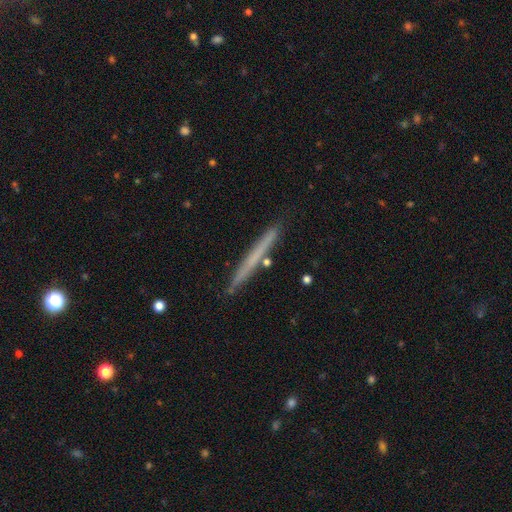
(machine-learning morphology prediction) smooth-or-featured: smooth: 49% | featured or disk: 44% | star or artifact: 6%
  merging: none: 89% | minor disturbance: 7% | merger: 2% | major disturbance: 1%